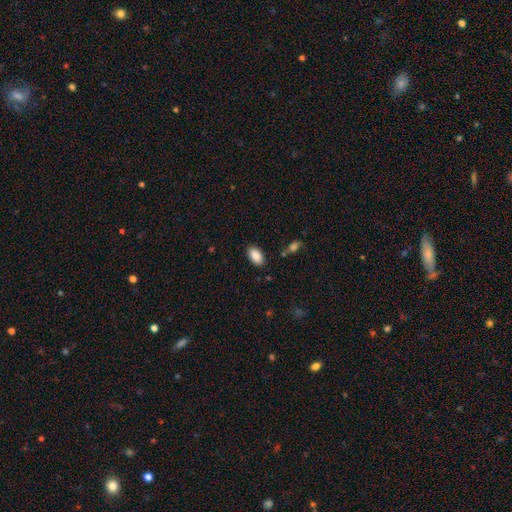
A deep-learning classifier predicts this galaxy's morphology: The model was most divided on "merging": none: 85%, minor disturbance: 10%, major disturbance: 3%, merger: 2%. More confident: how rounded — in between (93%); smooth or featured — smooth (89%).